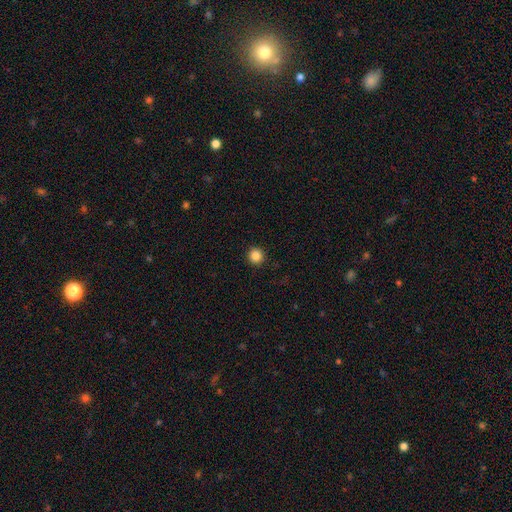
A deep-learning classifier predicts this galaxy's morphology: Smooth or featured? smooth (86%)
How rounded? round (94%)
Merging? none (92%)